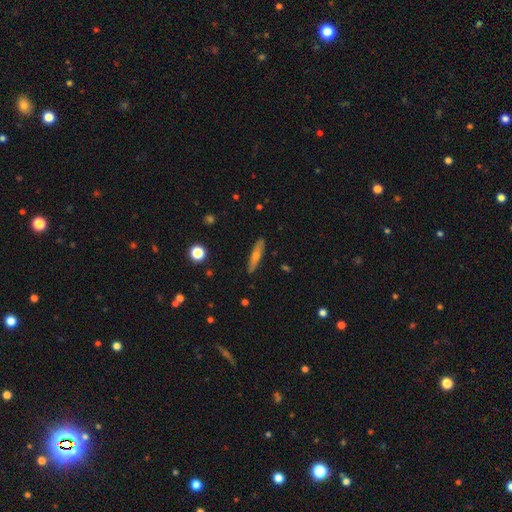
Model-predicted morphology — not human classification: smooth_or_featured: featured or disk (p=0.47) [alt: smooth p=0.45]
merging: none (p=0.90) [alt: minor disturbance p=0.08]